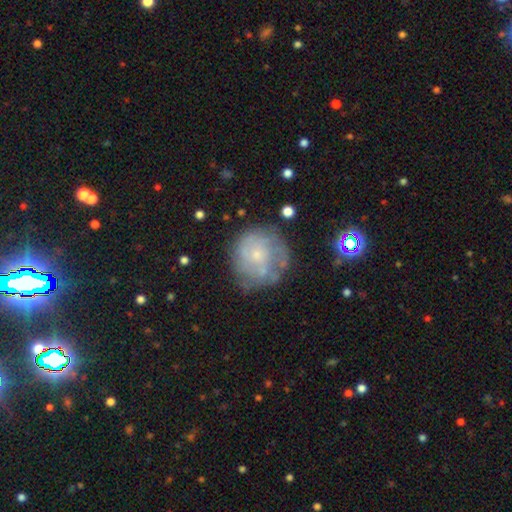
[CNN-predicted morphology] smooth-or-featured: featured or disk: 57% | smooth: 32% | star or artifact: 11%
  disk-edge-on: no: 98% | yes: 2%
    bar: no: 82% | weak: 15% | strong: 3%
    has-spiral-arms: yes: 61% | no: 39%
    bulge-size: small: 71% | moderate: 21% | none: 6% | large: 2% | dominant: 1%
  merging: none: 66% | minor disturbance: 20% | major disturbance: 10% | merger: 4%